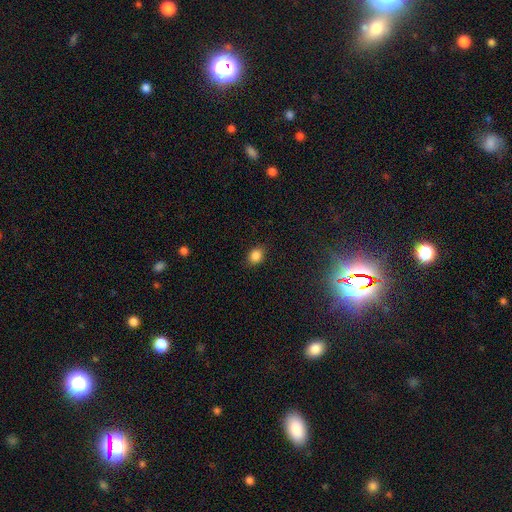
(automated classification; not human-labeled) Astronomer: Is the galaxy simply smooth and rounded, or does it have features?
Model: smooth — 85%.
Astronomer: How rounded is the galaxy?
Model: in between — 54% (runner-up: round, 45%).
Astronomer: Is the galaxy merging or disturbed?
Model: none — 85%.